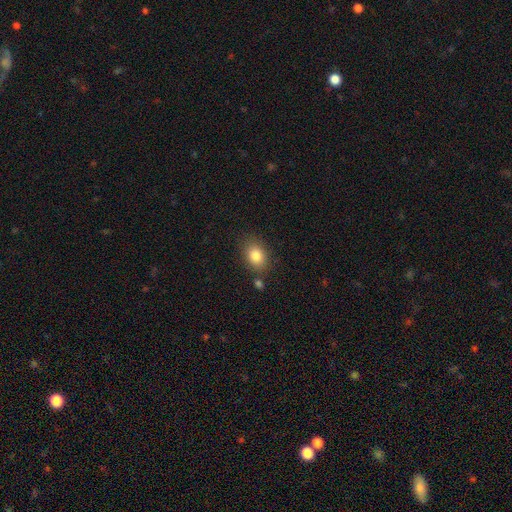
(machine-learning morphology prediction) smooth 84%, star or artifact 9%, featured or disk 7%. Down the decision tree: how rounded — in between (70%); merging — none (76%).